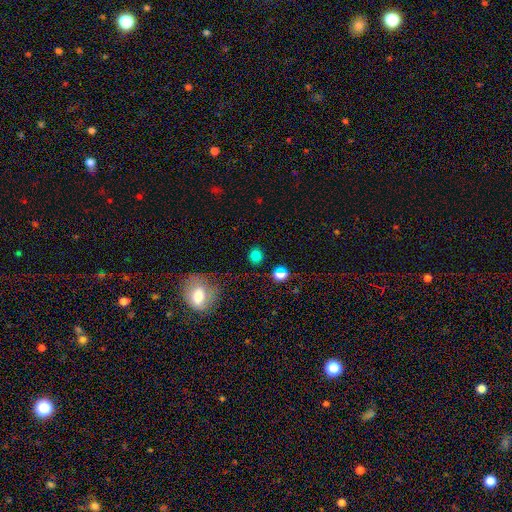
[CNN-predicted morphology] Q: Smooth or featured?
A: smooth (79%); runner-up: star or artifact (16%)
Q: How rounded?
A: round (80%); runner-up: in between (19%)
Q: Merging?
A: none (87%); runner-up: minor disturbance (8%)